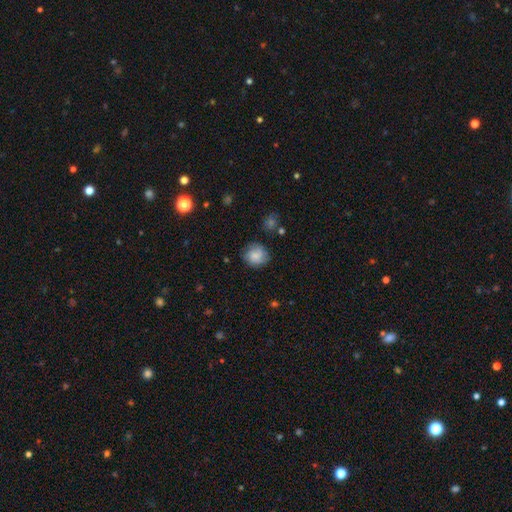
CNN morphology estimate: A smooth galaxy with no disk features (66%) that is round (83%). Merging: none (77%).